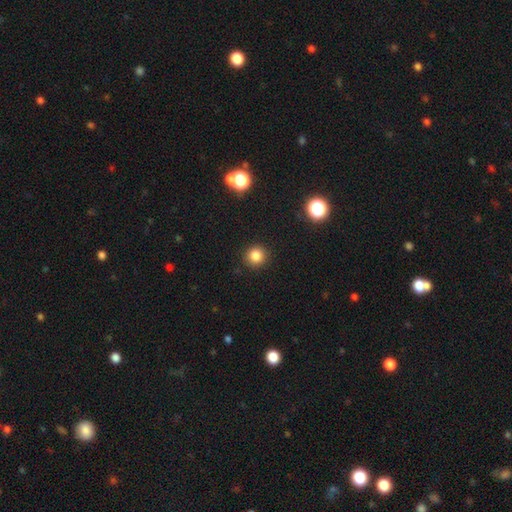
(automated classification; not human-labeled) smooth 83%, star or artifact 13%, featured or disk 4%. Down the decision tree: how rounded — round (93%); merging — none (91%).